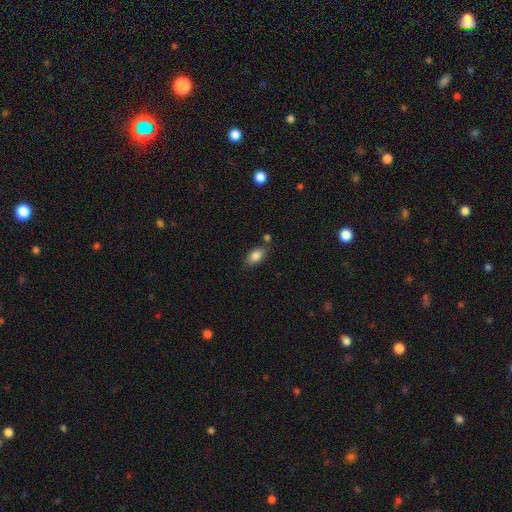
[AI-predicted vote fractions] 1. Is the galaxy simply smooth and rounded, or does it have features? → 85% smooth, 8% star or artifact, 7% featured or disk.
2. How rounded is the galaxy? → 89% in between, 7% round, 3% cigar-shaped.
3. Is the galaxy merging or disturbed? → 72% none, 15% minor disturbance, 9% merger, 4% major disturbance.